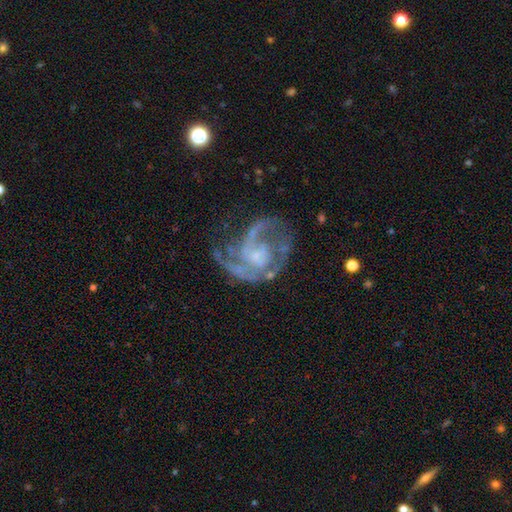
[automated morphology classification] This appears to be a featured or disk galaxy (86%) with no bar (64%), 2 (45%) medium (48%) spiral arms (89%) and a small central bulge (56%). Merging: none (45%).